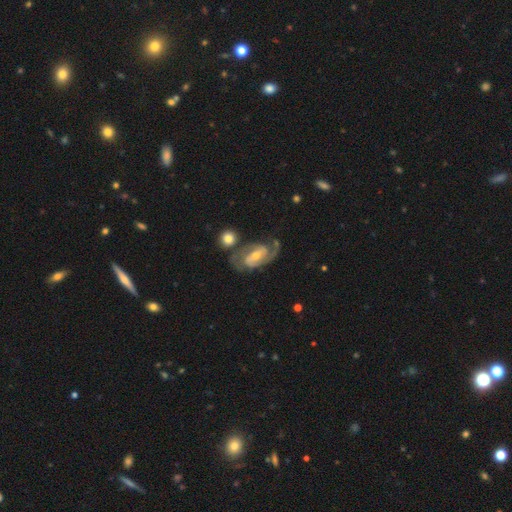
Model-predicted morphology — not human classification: The model was most divided on "bulge size": moderate: 50%, small: 45%, large: 3%, none: 1%, dominant: 1%. Remaining: edge-on disk — no (97%); spiral arms — yes (96%); smooth or featured — featured or disk (88%); spiral arm count — 2 (85%); merging — none (62%); spiral winding — medium (50%); bar — weak (43%).